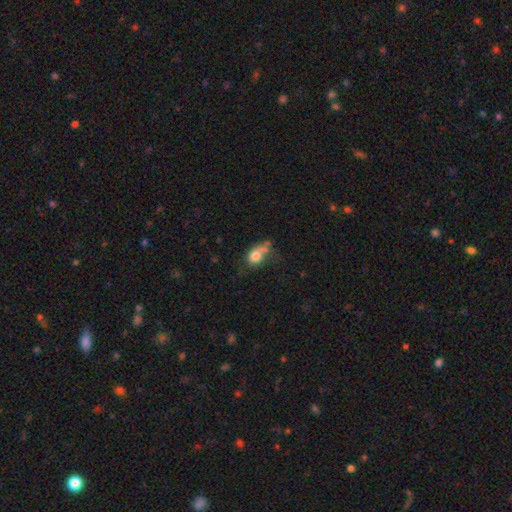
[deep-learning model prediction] A smooth galaxy with no disk features (73%) that is in between round and cigar-shaped (63%). Merging: none (29%).